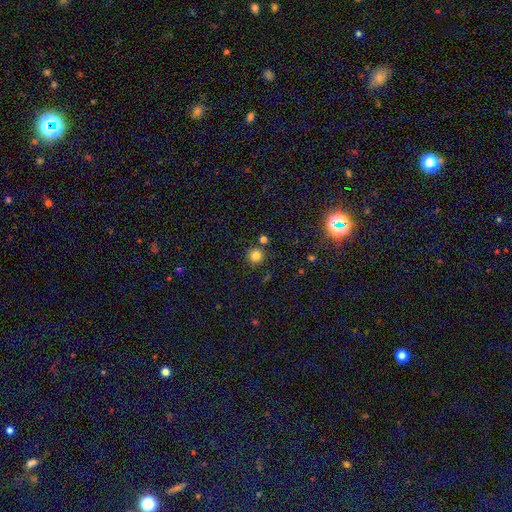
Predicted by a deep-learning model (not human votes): Smooth or featured?
  - smooth: 81% *
  - star or artifact: 14%
  - featured or disk: 5%
How rounded?
  - round: 95% *
  - in between: 4%
  - cigar-shaped: 1%
Merging?
  - none: 84% *
  - minor disturbance: 7%
  - merger: 7%
  - major disturbance: 2%